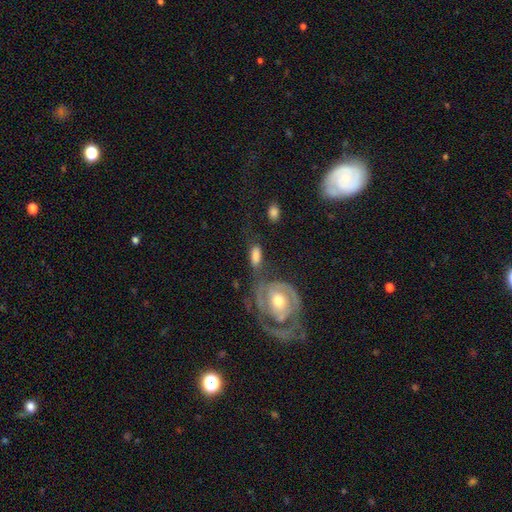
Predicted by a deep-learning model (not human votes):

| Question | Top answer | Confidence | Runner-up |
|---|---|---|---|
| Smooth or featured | smooth | 62% | featured or disk (30%) |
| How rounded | in between | 81% | cigar-shaped (13%) |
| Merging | none | 42% | merger (22%) |